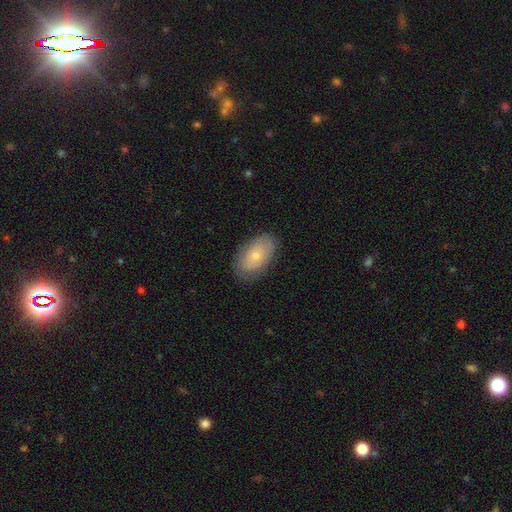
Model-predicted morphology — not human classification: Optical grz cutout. It shows a smooth galaxy with no disk features (69%) that is in between round and cigar-shaped (92%). Merging: none (82%).